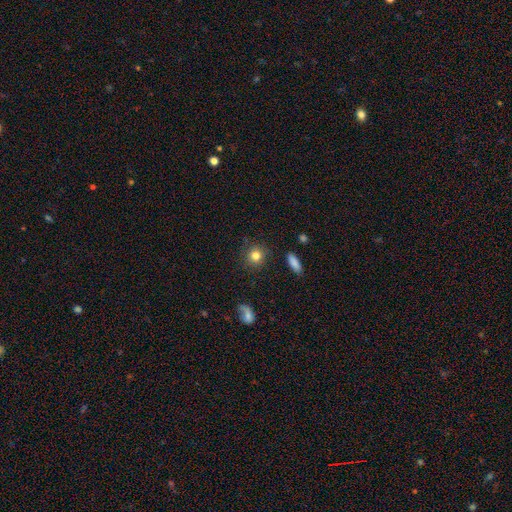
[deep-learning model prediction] Smooth or featured? smooth (82%)
How rounded? round (87%)
Merging? none (88%)